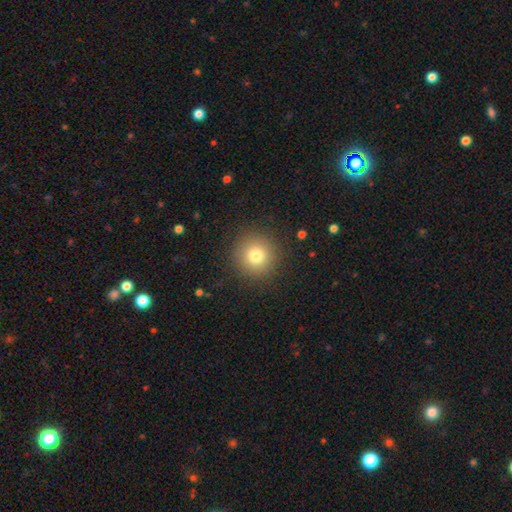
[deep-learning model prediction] smooth-or-featured: smooth: 78% | star or artifact: 13% | featured or disk: 9%
  how-rounded: round: 95% | in between: 4% | cigar-shaped: 1%
  merging: none: 90% | minor disturbance: 6% | major disturbance: 3% | merger: 1%